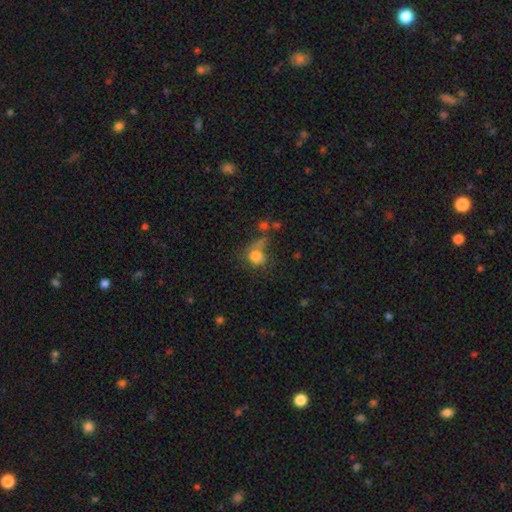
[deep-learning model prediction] Overall: smooth (77%). How rounded: round (69%; in between 30%). Merging: none (37%; major disturbance 22%).